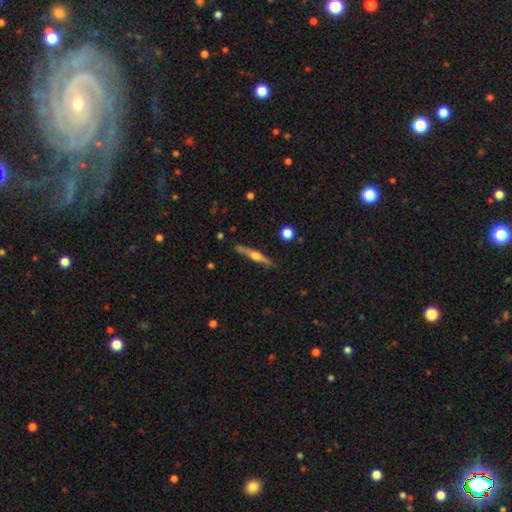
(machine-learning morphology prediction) Overall: featured or disk (68%). Edge-on disk: yes (97%). Edge-on bulge: rounded (90%). Merging: none (85%).